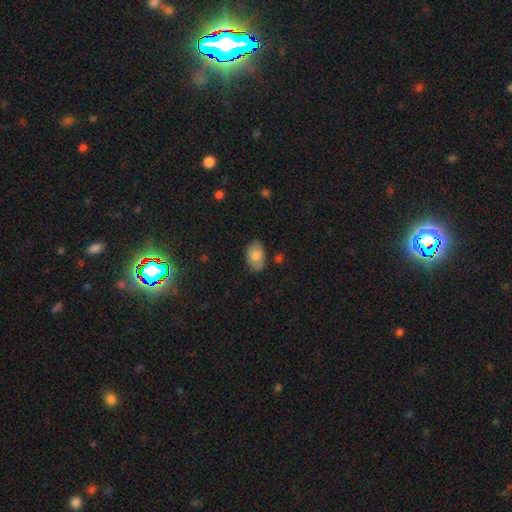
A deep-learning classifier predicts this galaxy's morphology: This appears to be a smooth galaxy with no disk features (76%) that is in between round and cigar-shaped (87%). Merging: none (77%).